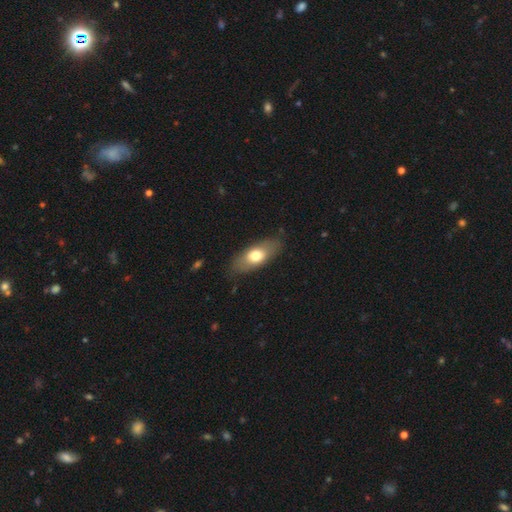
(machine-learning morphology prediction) type=smooth (66%); roundness=in between (79%); merging=none (81%).